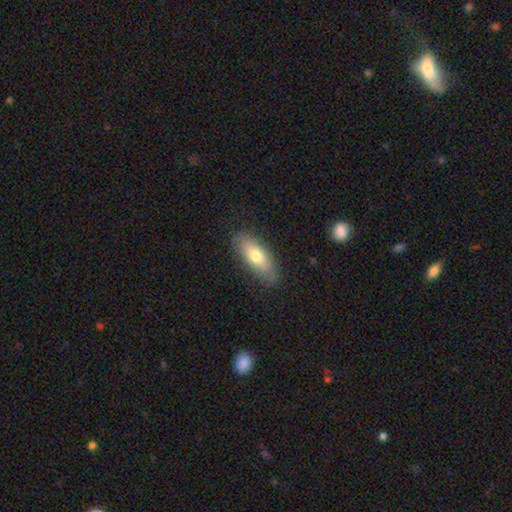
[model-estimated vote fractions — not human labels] smooth-or-featured: smooth: 71% | featured or disk: 23% | star or artifact: 7%
  how-rounded: in between: 72% | cigar-shaped: 26% | round: 3%
  merging: none: 82% | minor disturbance: 13% | major disturbance: 3% | merger: 1%